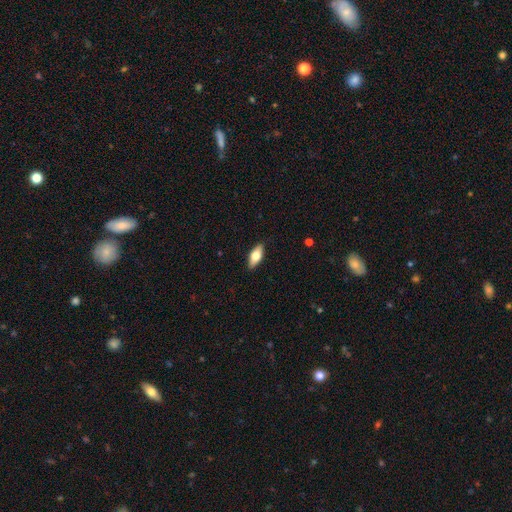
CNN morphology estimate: Smooth or featured? smooth (64%)
How rounded? in between (81%)
Merging? none (88%)